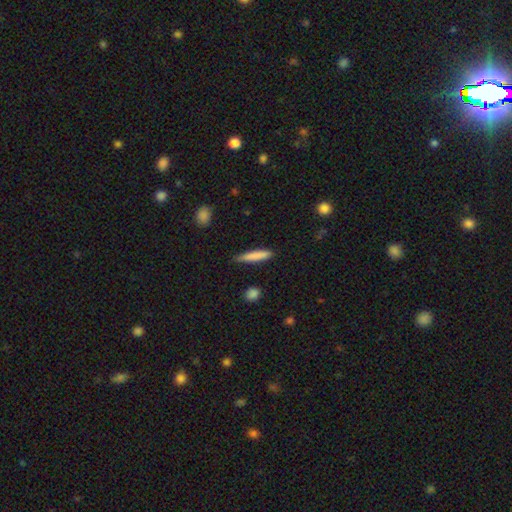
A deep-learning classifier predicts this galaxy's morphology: smooth_or_featured: smooth (p=0.81) [alt: featured or disk p=0.13]
how_rounded: cigar-shaped (p=0.90) [alt: in between p=0.09]
merging: none (p=0.81) [alt: minor disturbance p=0.15]